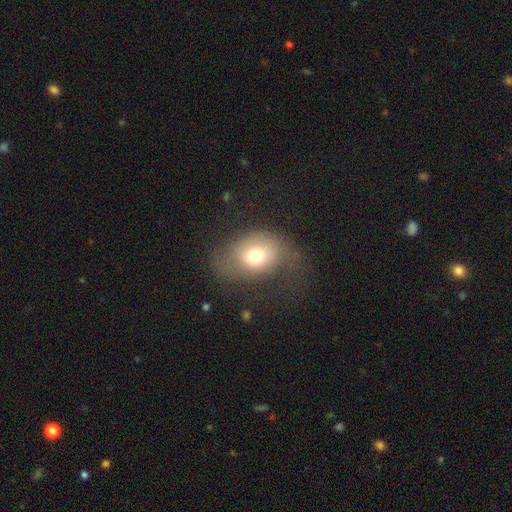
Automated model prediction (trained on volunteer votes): smooth 67%, featured or disk 23%, star or artifact 11%. Down the decision tree: how rounded — in between (59%); merging — none (47%).